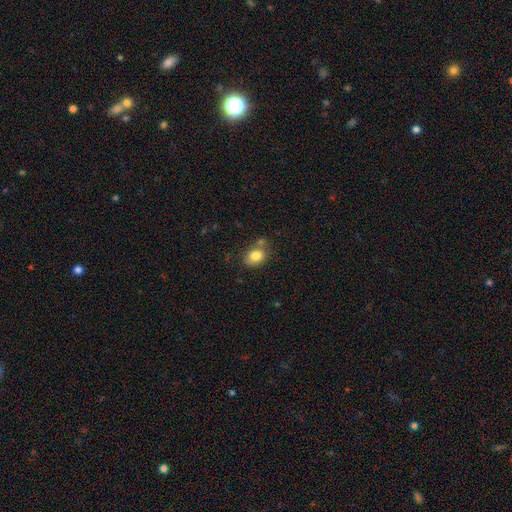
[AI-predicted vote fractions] A smooth galaxy with no disk features (81%) that is in between round and cigar-shaped (63%).

Vote fractions:
- Smooth or featured? smooth: 81% / featured or disk: 10% / star or artifact: 9%
- How rounded? in between: 63% / round: 36% / cigar-shaped: 1%
- Merging? none: 61% / merger: 18% / minor disturbance: 17% / major disturbance: 5%